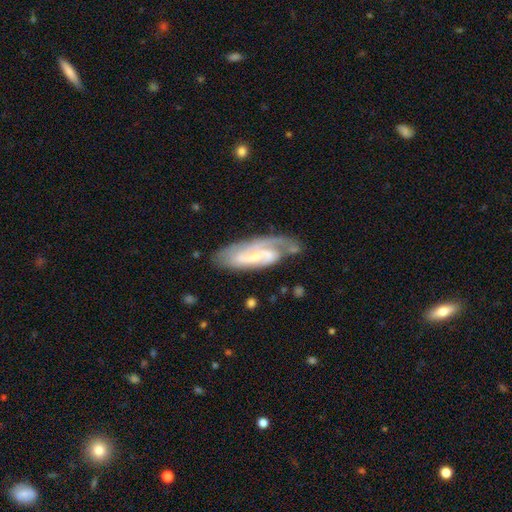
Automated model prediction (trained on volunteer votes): smooth_or_featured: featured or disk (p=0.81) [alt: smooth p=0.14]
disk_edge_on: no (p=0.91) [alt: yes p=0.09]
bar: weak (p=0.41) [alt: no p=0.31]
has_spiral_arms: yes (p=0.93) [alt: no p=0.07]
spiral_winding: medium (p=0.43) [alt: tight p=0.40]
spiral_arm_count: 2 (p=0.54) [alt: 1 p=0.25]
bulge_size: small (p=0.63) [alt: moderate p=0.25]
merging: none (p=0.61) [alt: minor disturbance p=0.22]